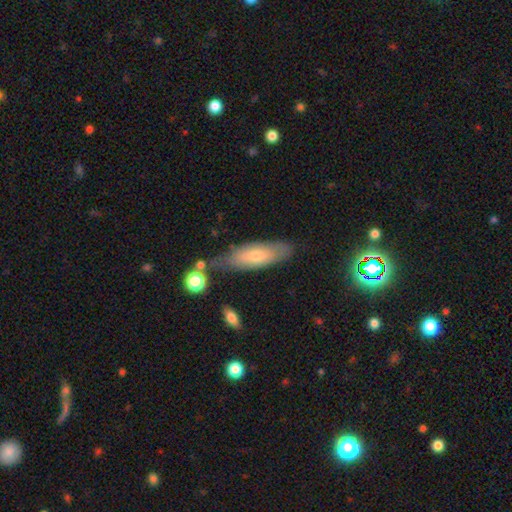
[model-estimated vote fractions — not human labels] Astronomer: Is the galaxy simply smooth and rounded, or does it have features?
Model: smooth — 57% (runner-up: featured or disk, 35%).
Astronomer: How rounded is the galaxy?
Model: in between — 52% (runner-up: cigar-shaped, 45%).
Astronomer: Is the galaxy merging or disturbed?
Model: none — 63%.